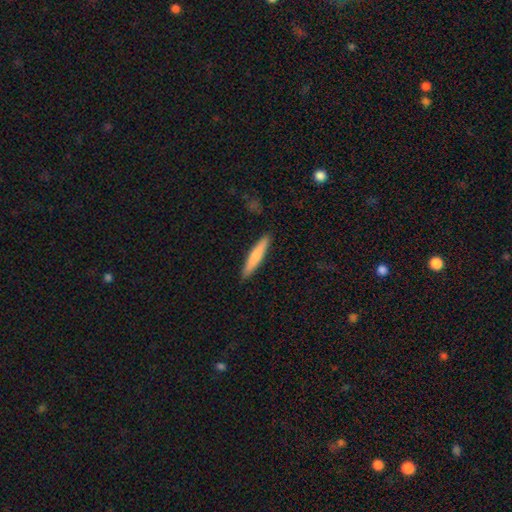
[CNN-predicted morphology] Q: Smooth or featured?
A: smooth (78%); runner-up: featured or disk (17%)
Q: How rounded?
A: cigar-shaped (92%); runner-up: in between (7%)
Q: Merging?
A: none (91%); runner-up: minor disturbance (6%)